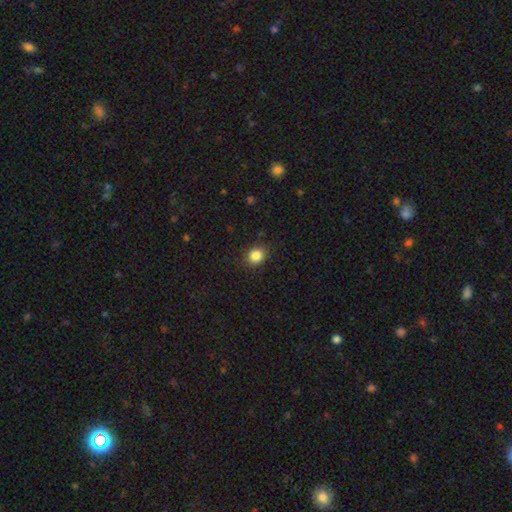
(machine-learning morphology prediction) Smooth or featured: smooth — 85% (star or artifact — 11%)
How rounded: round — 71% (in between — 28%)
Merging: none — 87% (minor disturbance — 9%)